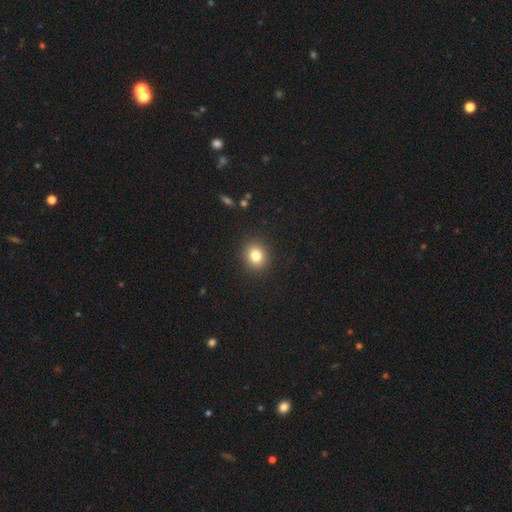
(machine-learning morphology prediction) Smooth or featured: smooth — 82% (star or artifact — 11%)
How rounded: round — 74% (in between — 25%)
Merging: none — 90% (minor disturbance — 6%)